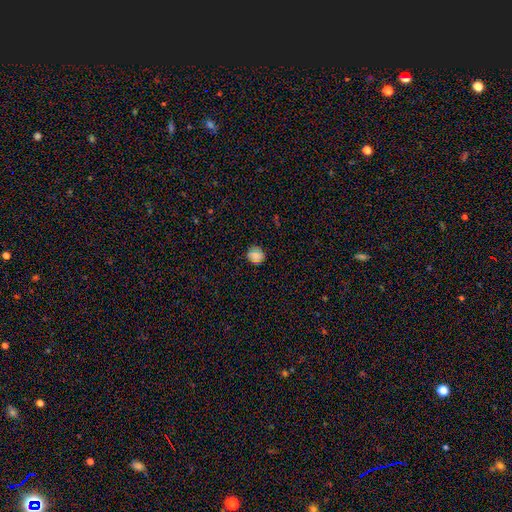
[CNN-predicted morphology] Smooth or featured: smooth — 80% (star or artifact — 11%)
How rounded: round — 84% (in between — 15%)
Merging: none — 78% (minor disturbance — 17%)